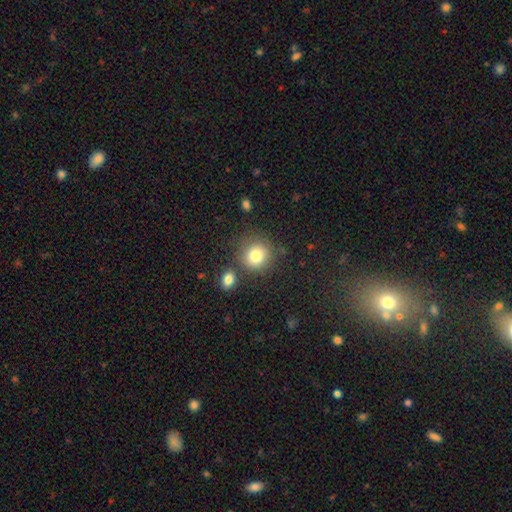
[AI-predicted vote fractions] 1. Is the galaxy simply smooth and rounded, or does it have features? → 81% smooth, 11% star or artifact, 8% featured or disk.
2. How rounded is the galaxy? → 86% round, 13% in between, 1% cigar-shaped.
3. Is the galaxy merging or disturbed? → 74% none, 11% merger, 11% minor disturbance, 4% major disturbance.